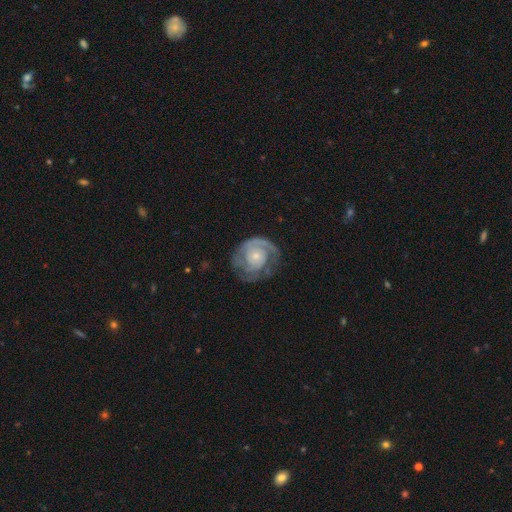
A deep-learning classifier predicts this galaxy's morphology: A featured or disk galaxy (80%) with no bar (79%), 2 (38%) tight (63%) spiral arms (91%) and a small central bulge (64%).

Vote fractions:
- Smooth or featured? featured or disk: 80% / smooth: 15% / star or artifact: 5%
- Edge-on disk? no: 98% / yes: 2%
- Bar? no: 79% / weak: 18% / strong: 3%
- Spiral arms? yes: 91% / no: 9%
- Spiral winding? tight: 63% / medium: 28% / loose: 9%
- Spiral arm count? 2: 38% / can't tell: 28% / 3: 13% / 1: 12% / 4: 4% / more than 4: 4%
- Bulge size? small: 64% / moderate: 27% / none: 4% / large: 3% / dominant: 1%
- Merging? none: 64% / minor disturbance: 20% / major disturbance: 15% / merger: 1%